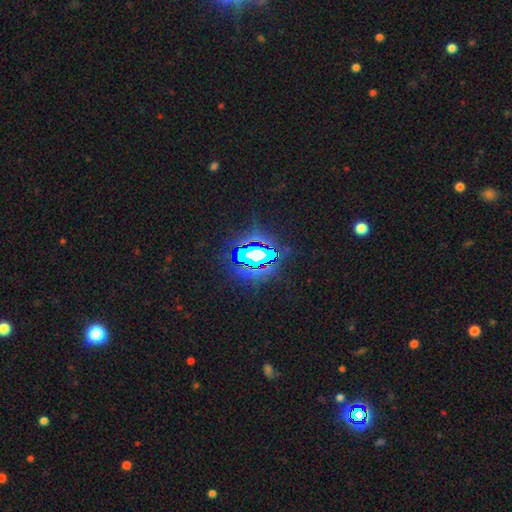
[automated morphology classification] Q: Smooth or featured?
A: star or artifact (70%); runner-up: featured or disk (16%)